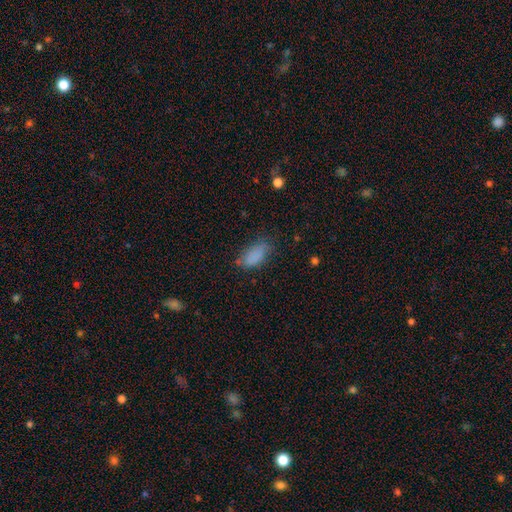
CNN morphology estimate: Q: Smooth or featured?
A: smooth (84%); runner-up: star or artifact (9%)
Q: How rounded?
A: in between (87%); runner-up: cigar-shaped (10%)
Q: Merging?
A: none (65%); runner-up: minor disturbance (25%)